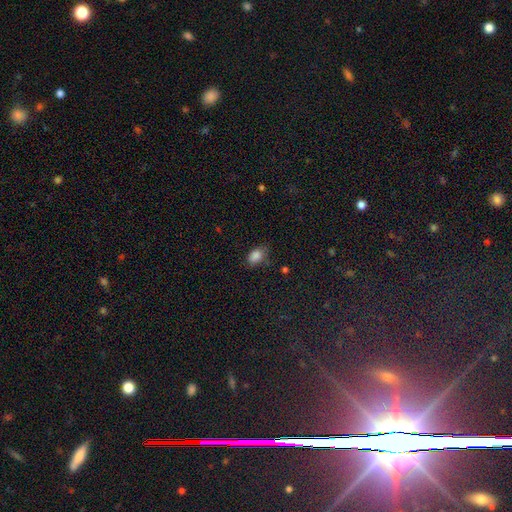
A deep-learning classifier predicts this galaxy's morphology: smooth_or_featured: smooth (p=0.85) [alt: star or artifact p=0.10]
how_rounded: in between (p=0.84) [alt: round p=0.15]
merging: none (p=0.75) [alt: minor disturbance p=0.19]